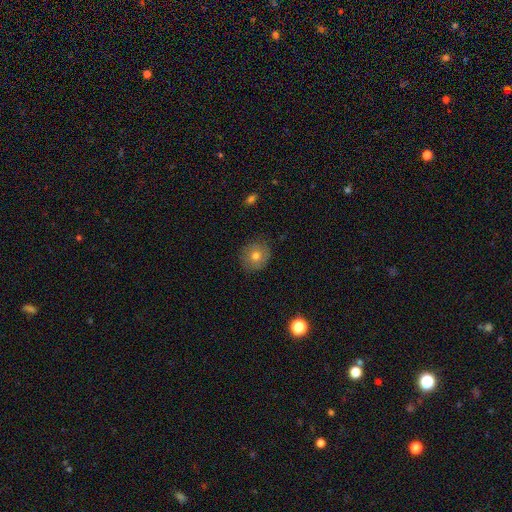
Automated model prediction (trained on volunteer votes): A smooth galaxy with no disk features (73%) that is round (88%). Merging: none (84%).